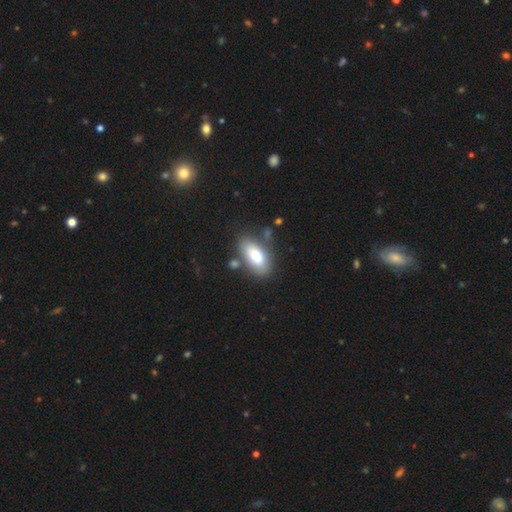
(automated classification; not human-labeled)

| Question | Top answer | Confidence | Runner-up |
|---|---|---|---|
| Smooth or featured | smooth | 75% | featured or disk (18%) |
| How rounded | in between | 91% | cigar-shaped (6%) |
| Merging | none | 72% | minor disturbance (15%) |